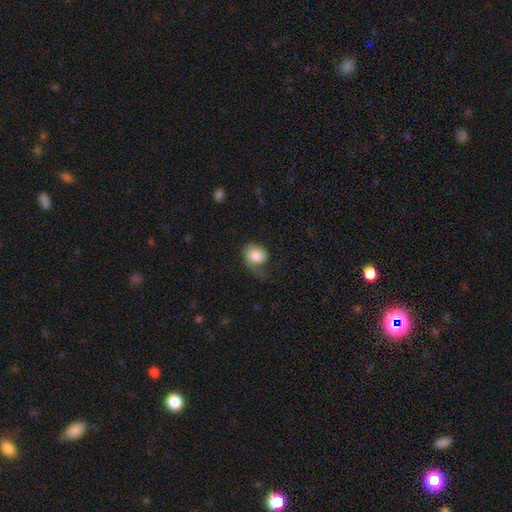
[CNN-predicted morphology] Smooth or featured?
  - smooth: 75% *
  - featured or disk: 18%
  - star or artifact: 7%
How rounded?
  - round: 57% *
  - in between: 43%
  - cigar-shaped: 1%
Merging?
  - none: 34% * (tied)
  - major disturbance: 34% * (tied)
  - minor disturbance: 30%
  - merger: 2%